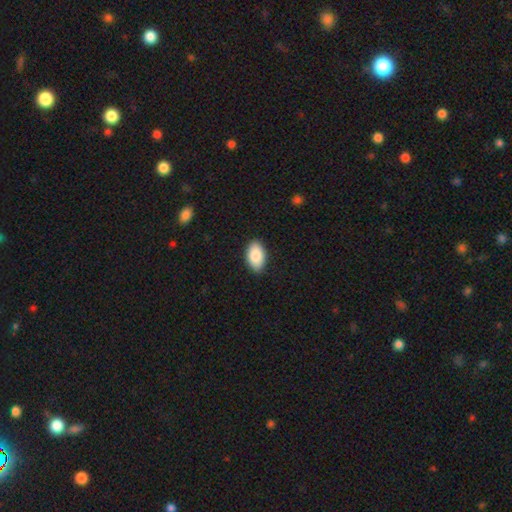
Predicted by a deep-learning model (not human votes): This appears to be a smooth galaxy with no disk features (87%) that is in between round and cigar-shaped (94%). Merging: none (89%).